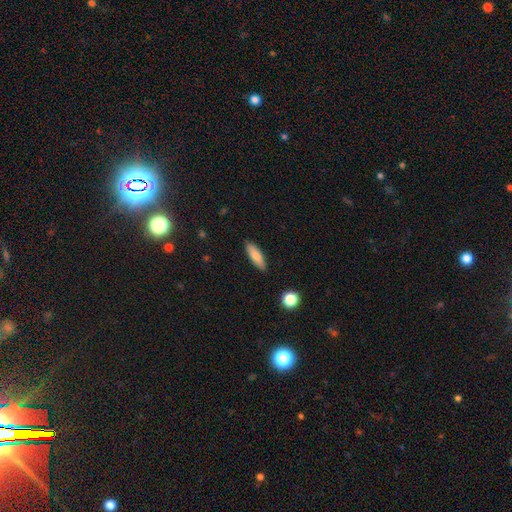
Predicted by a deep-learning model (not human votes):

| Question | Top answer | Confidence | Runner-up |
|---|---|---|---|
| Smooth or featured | smooth | 79% | featured or disk (14%) |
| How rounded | in between | 50% | cigar-shaped (48%) |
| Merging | none | 87% | minor disturbance (10%) |